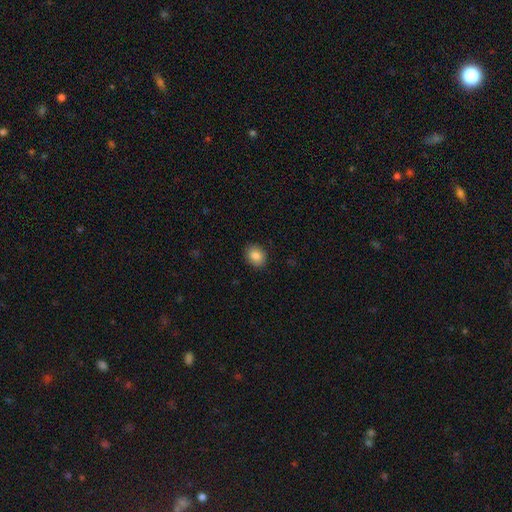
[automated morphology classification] smooth-or-featured: smooth: 85% | star or artifact: 9% | featured or disk: 6%
  how-rounded: round: 51% | in between: 48% | cigar-shaped: 1%
  merging: none: 90% | minor disturbance: 7% | major disturbance: 2% | merger: 1%